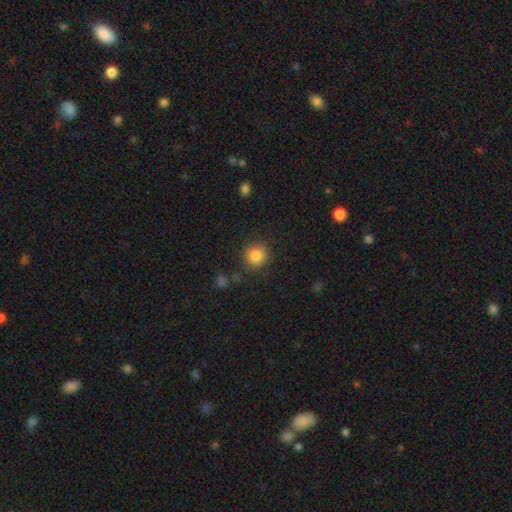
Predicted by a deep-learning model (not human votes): Morphology: type=smooth (84%); roundness=round (89%); merging=none (84%).